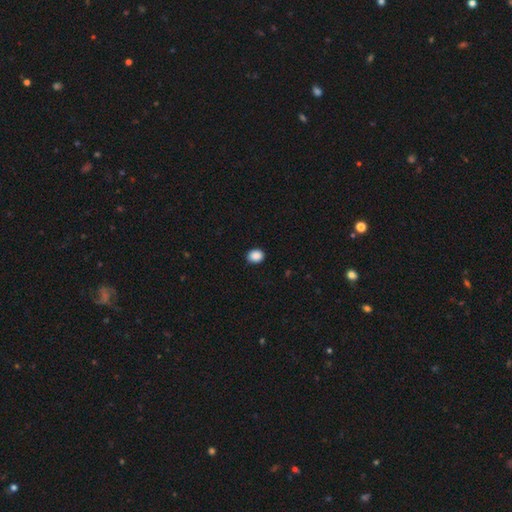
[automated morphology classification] smooth_or_featured: smooth (p=0.89) [alt: star or artifact p=0.08]
how_rounded: round (p=0.53) [alt: in between p=0.47]
merging: none (p=0.90) [alt: minor disturbance p=0.07]